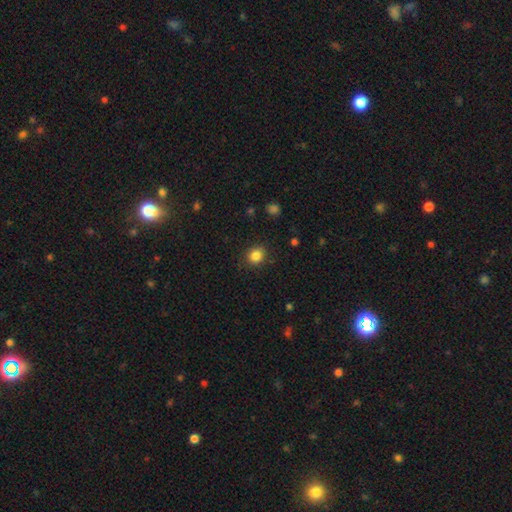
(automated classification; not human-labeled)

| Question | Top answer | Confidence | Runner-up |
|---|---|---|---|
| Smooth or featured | smooth | 85% | star or artifact (11%) |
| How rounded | round | 80% | in between (19%) |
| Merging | none | 87% | minor disturbance (9%) |